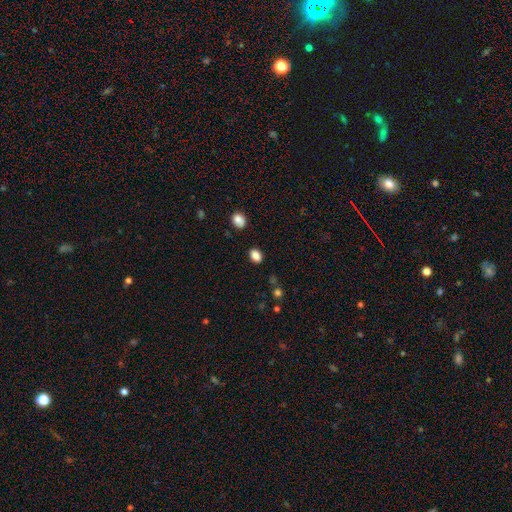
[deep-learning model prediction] smooth_or_featured: smooth (p=0.85) [alt: star or artifact p=0.10]
how_rounded: in between (p=0.74) [alt: round p=0.24]
merging: none (p=0.86) [alt: minor disturbance p=0.10]